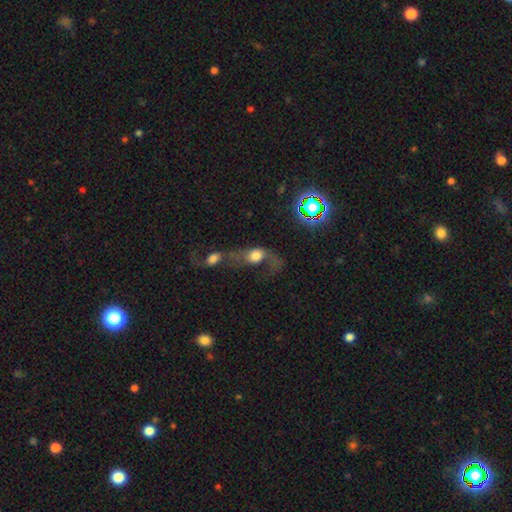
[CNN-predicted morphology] A smooth galaxy with no disk features (51%) that is in between round and cigar-shaped (55%). Merging: merger (47%).